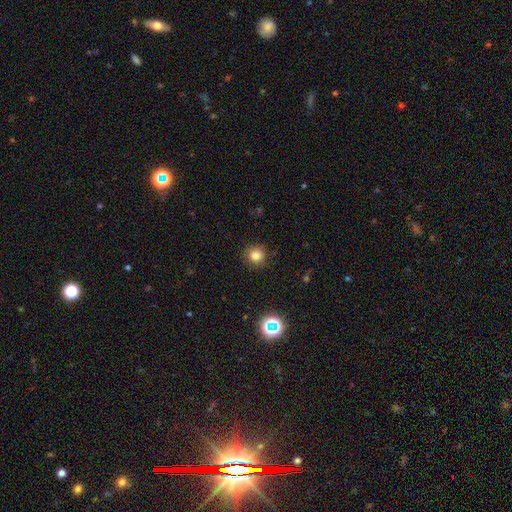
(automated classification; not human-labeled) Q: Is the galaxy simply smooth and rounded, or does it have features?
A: smooth — 81%.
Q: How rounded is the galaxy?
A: round — 91%.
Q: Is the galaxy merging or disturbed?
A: none — 88%.